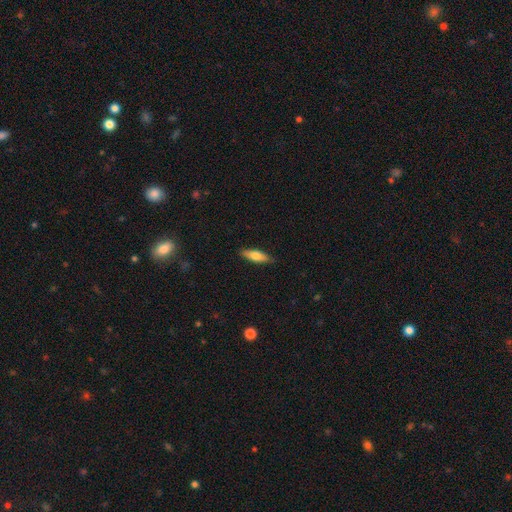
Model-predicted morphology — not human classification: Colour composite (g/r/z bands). It shows a smooth galaxy with no disk features (69%) that is cigar-shaped (51%). Merging: none (88%).